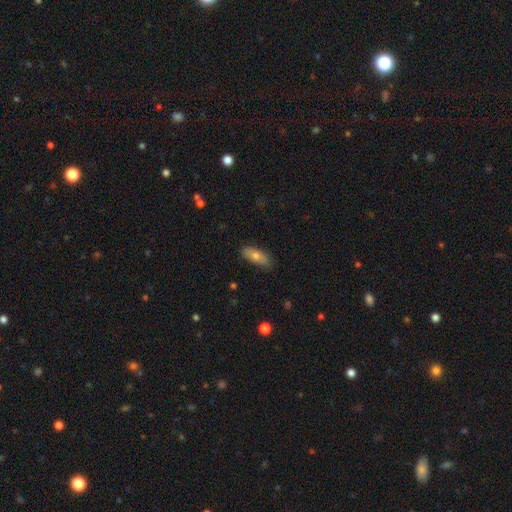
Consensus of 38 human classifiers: This is likely a smooth galaxy (76%). How rounded: clearly in between (90%). Merging: likely none (76%).